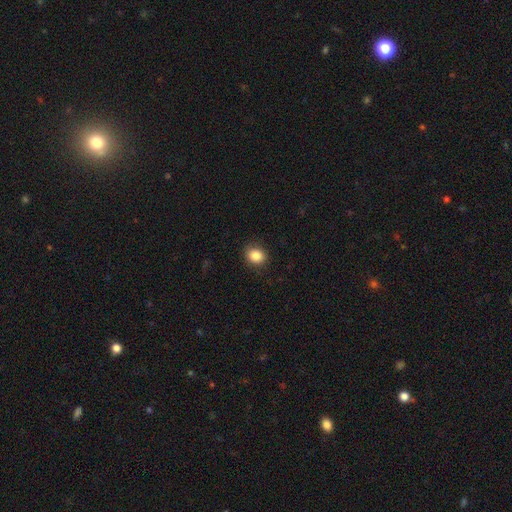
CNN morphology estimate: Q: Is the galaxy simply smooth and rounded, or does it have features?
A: smooth — 86%.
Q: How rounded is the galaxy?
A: round — 56%.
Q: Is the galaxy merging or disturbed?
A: none — 86%.